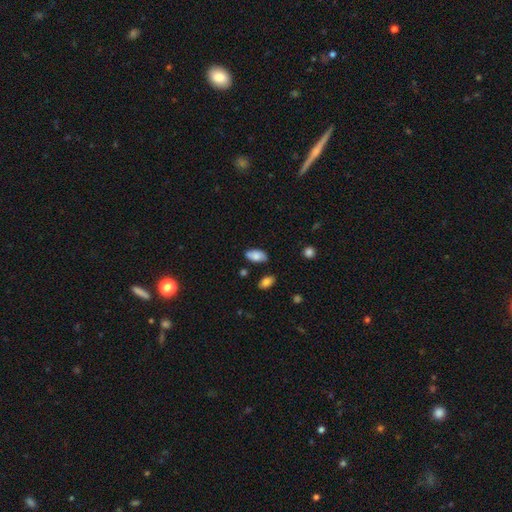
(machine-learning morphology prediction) Smooth or featured? smooth (79%)
How rounded? in between (93%)
Merging? none (69%)